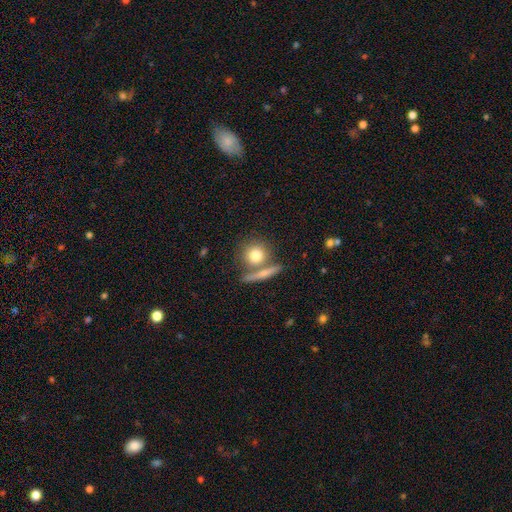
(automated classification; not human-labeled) smooth-or-featured: smooth: 76% | featured or disk: 16% | star or artifact: 8%
  how-rounded: round: 81% | in between: 13% | cigar-shaped: 6%
  merging: none: 60% | merger: 26% | minor disturbance: 10% | major disturbance: 4%